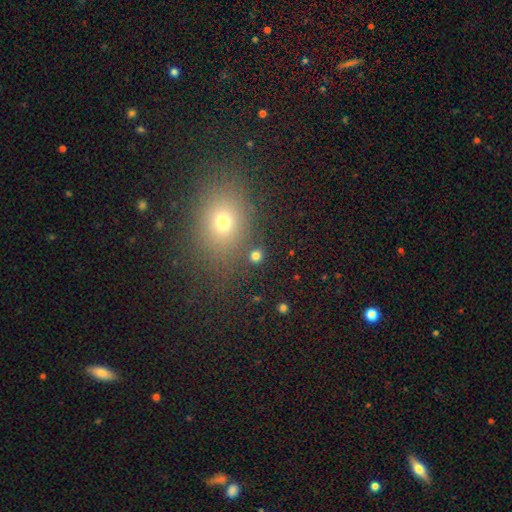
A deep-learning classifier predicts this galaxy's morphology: smooth-or-featured: smooth: 76% | star or artifact: 18% | featured or disk: 6%
  how-rounded: round: 79% | in between: 19% | cigar-shaped: 2%
  merging: none: 84% | minor disturbance: 7% | merger: 6% | major disturbance: 3%